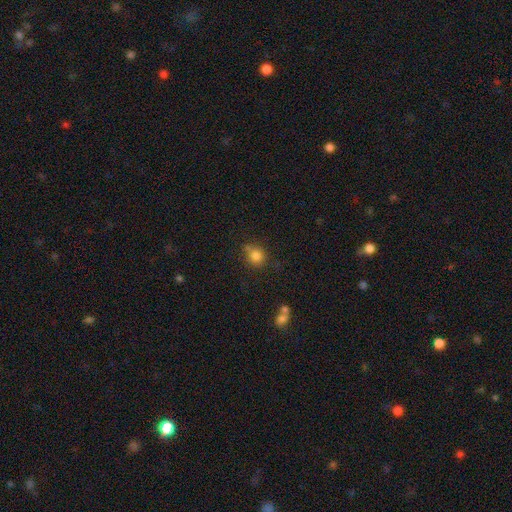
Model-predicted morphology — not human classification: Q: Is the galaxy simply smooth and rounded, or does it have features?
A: smooth — 82%.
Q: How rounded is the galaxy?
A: round — 86%.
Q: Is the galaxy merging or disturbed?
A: none — 67%.